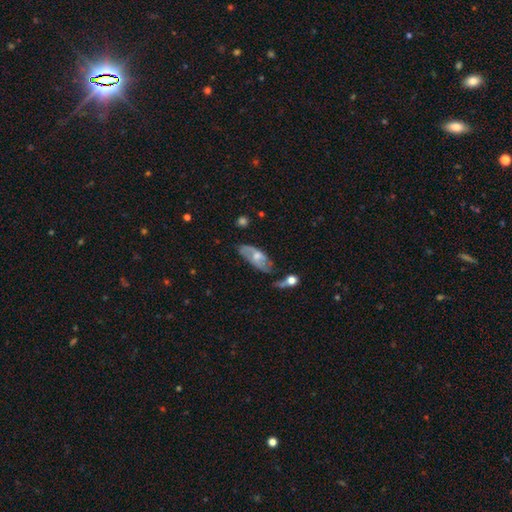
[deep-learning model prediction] Overall: featured or disk (59%; smooth 33%). Edge-on disk: no (82%). Merging: none (49%; minor disturbance 28%).